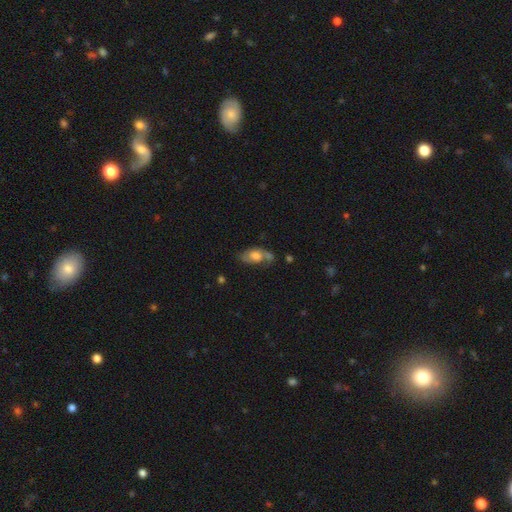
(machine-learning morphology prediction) smooth-or-featured: featured or disk: 52% | smooth: 40% | star or artifact: 8%
  disk-edge-on: no: 89% | yes: 11%
  merging: none: 47% | minor disturbance: 26% | major disturbance: 14% | merger: 13%